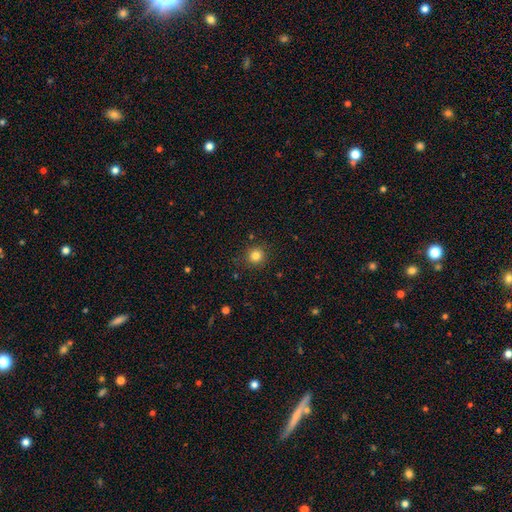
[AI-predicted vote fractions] smooth-or-featured: smooth: 82% | star or artifact: 13% | featured or disk: 5%
  how-rounded: round: 93% | in between: 6% | cigar-shaped: 1%
  merging: none: 88% | minor disturbance: 8% | major disturbance: 3% | merger: 2%